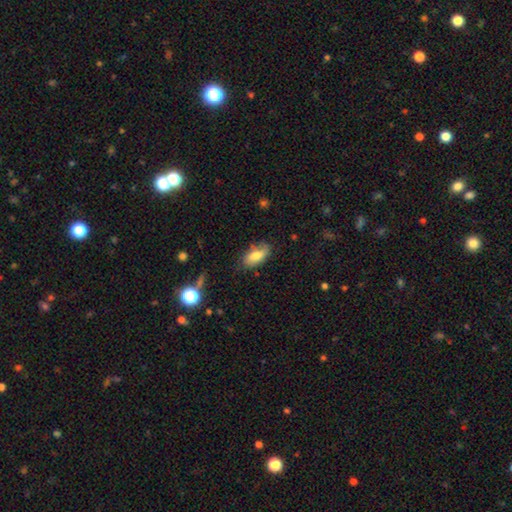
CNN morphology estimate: smooth 74%, featured or disk 18%, star or artifact 8%. Down the decision tree: how rounded — in between (90%); merging — none (66%).